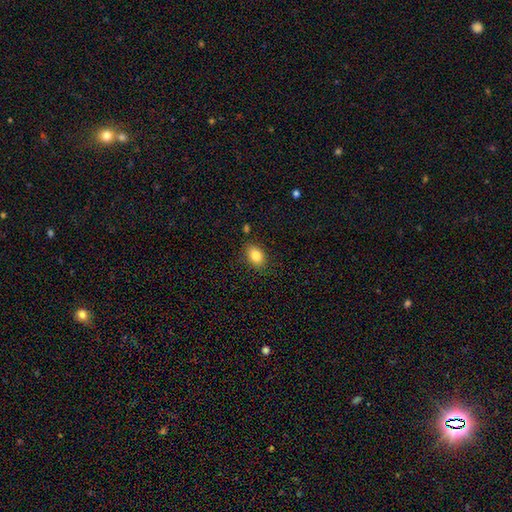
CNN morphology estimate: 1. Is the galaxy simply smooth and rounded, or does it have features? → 83% smooth, 9% star or artifact, 8% featured or disk.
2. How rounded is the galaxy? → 79% in between, 19% round, 1% cigar-shaped.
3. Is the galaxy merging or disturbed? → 84% none, 12% minor disturbance, 3% major disturbance, 2% merger.